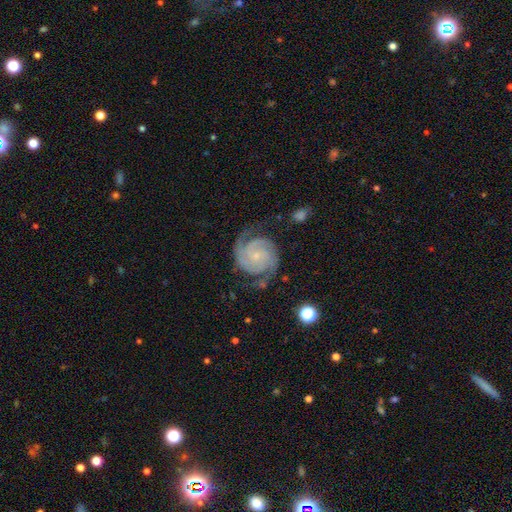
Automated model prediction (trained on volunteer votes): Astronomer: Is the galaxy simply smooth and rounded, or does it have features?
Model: featured or disk — 91%.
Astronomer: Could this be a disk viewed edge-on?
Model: no — 98%.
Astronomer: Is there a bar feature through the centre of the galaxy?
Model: no — 70%.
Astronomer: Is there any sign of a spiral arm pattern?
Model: yes — 98%.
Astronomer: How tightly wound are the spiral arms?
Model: tight — 64%.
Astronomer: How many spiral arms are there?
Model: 2 — 57%.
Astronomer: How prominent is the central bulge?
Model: small — 79%.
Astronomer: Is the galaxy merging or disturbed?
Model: none — 72%.